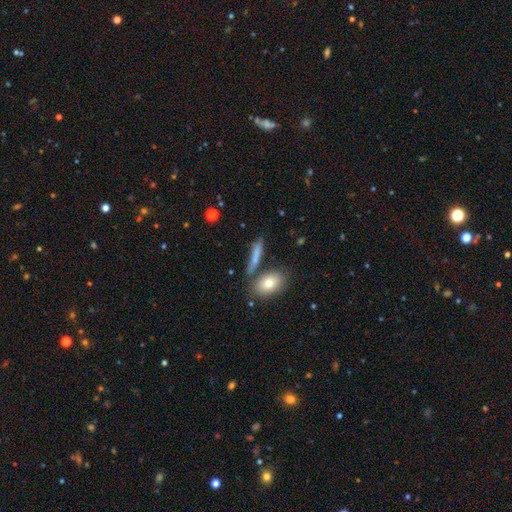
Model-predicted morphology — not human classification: A smooth galaxy with no disk features (68%) that is cigar-shaped (62%).

Vote fractions:
- Smooth or featured? smooth: 68% / featured or disk: 23% / star or artifact: 9%
- How rounded? cigar-shaped: 62% / in between: 32% / round: 6%
- Merging? none: 65% / minor disturbance: 15% / merger: 15% / major disturbance: 5%